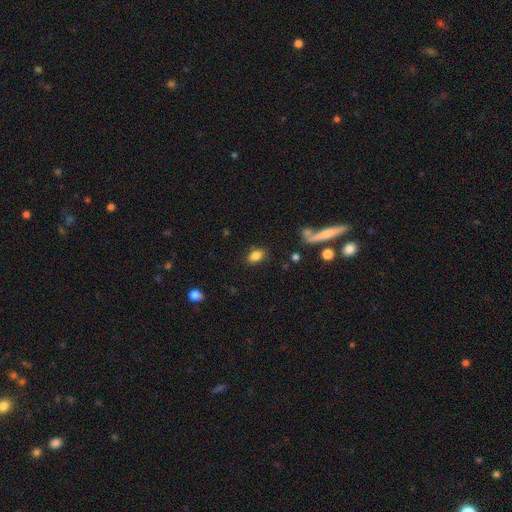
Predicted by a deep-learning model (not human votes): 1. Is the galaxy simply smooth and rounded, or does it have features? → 83% smooth, 10% star or artifact, 7% featured or disk.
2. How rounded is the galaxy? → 80% in between, 17% round, 3% cigar-shaped.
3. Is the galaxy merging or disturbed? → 82% none, 11% minor disturbance, 3% major disturbance, 3% merger.